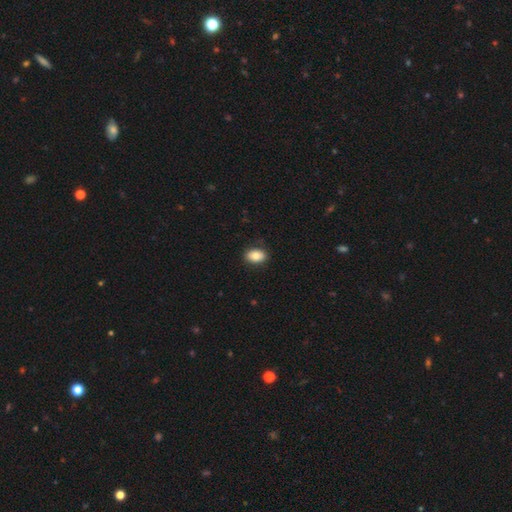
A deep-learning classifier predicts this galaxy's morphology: type=smooth (82%); roundness=in between (83%); merging=none (87%).